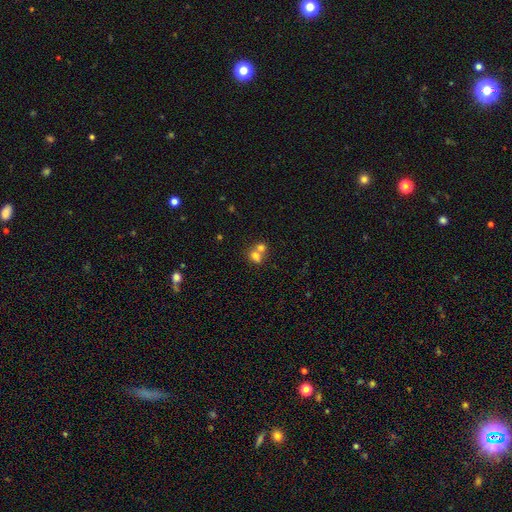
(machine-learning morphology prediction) Smooth or featured? smooth (72%)
How rounded? round (56%)
Merging? merger (64%)